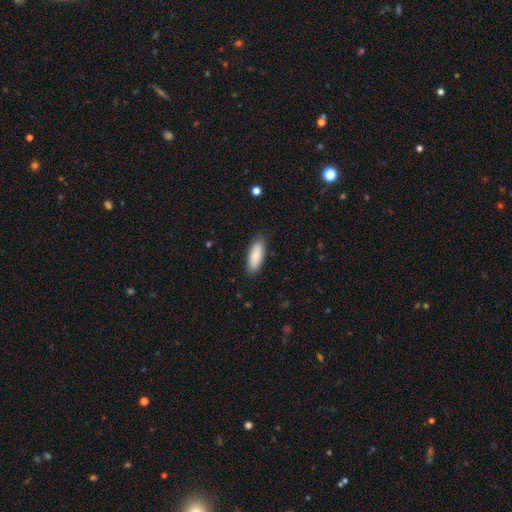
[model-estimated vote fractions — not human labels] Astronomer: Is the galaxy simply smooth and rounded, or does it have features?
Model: smooth — 87%.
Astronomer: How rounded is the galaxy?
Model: in between — 67%.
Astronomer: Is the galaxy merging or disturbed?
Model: none — 86%.